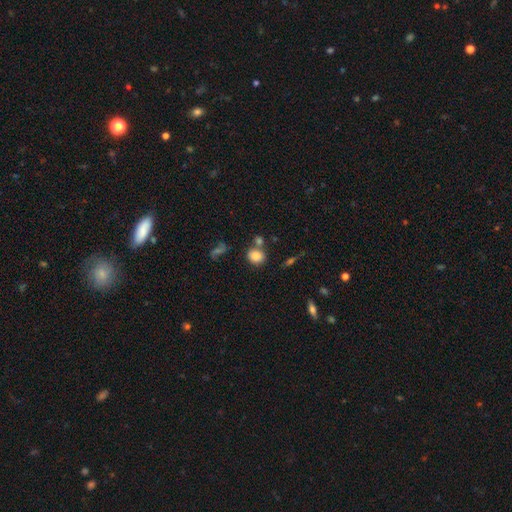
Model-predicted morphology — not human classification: Smooth or featured? Predicted: smooth (p=0.82). How rounded? Predicted: round (p=0.62). Merging? Predicted: none (p=0.66).